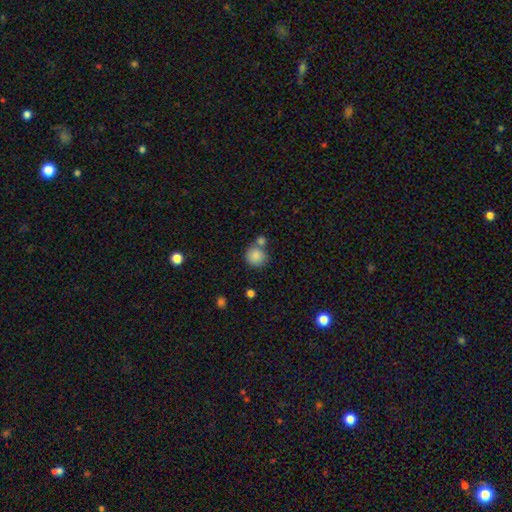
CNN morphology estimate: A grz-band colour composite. It shows a smooth galaxy with no disk features (84%) that is round (89%). Merging: none (56%).